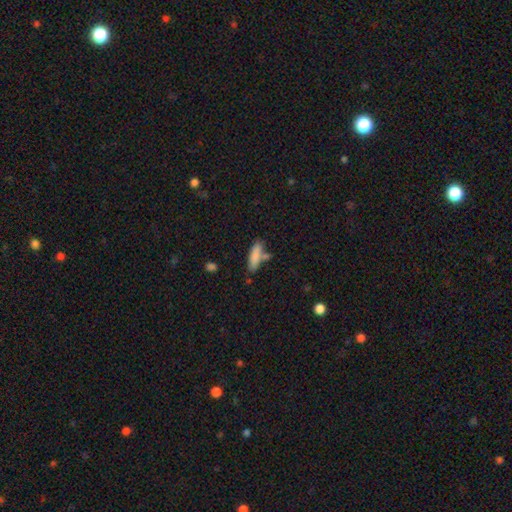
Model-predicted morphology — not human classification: Smooth or featured? smooth (82%)
How rounded? cigar-shaped (56%)
Merging? none (60%)